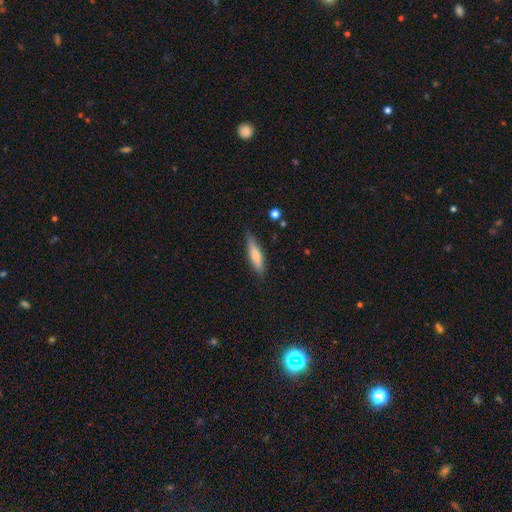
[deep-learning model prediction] The model was most divided on "smooth or featured": smooth: 67%, featured or disk: 27%, star or artifact: 6%. More confident: merging — none (81%); how rounded — cigar-shaped (75%).